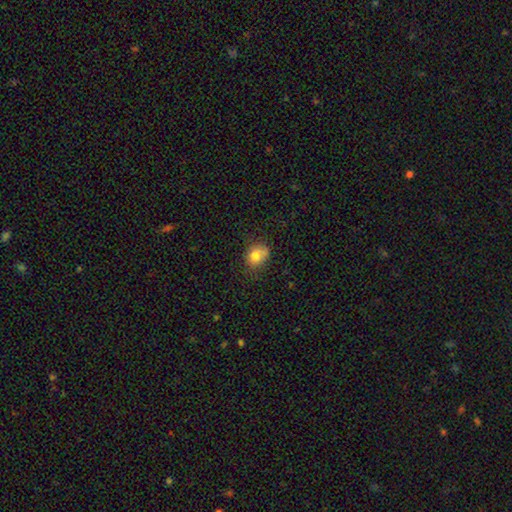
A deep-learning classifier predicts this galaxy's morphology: Smooth or featured: smooth — 81% (star or artifact — 10%)
How rounded: round — 56% (in between — 43%)
Merging: none — 63% (minor disturbance — 27%)